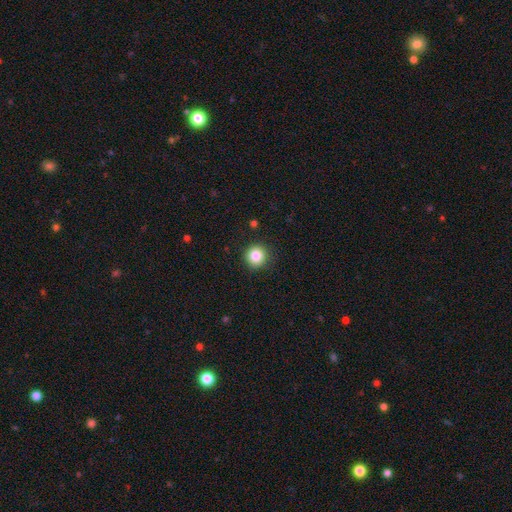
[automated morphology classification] smooth 85%, star or artifact 10%, featured or disk 5%. Down the decision tree: how rounded — round (94%); merging — none (90%).